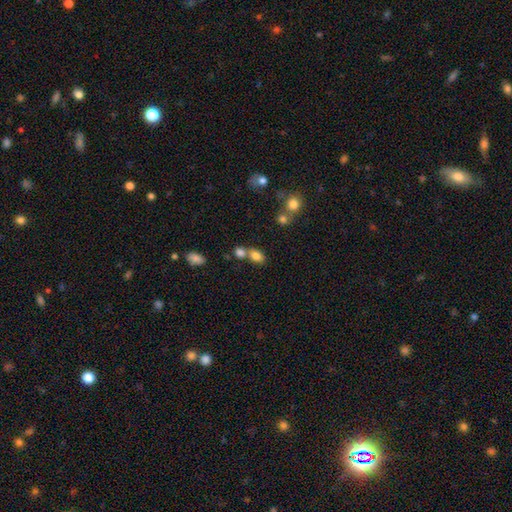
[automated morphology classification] This appears to be a smooth galaxy with no disk features (80%) that is in between round and cigar-shaped (73%). Merging: none (43%, tied with merger).